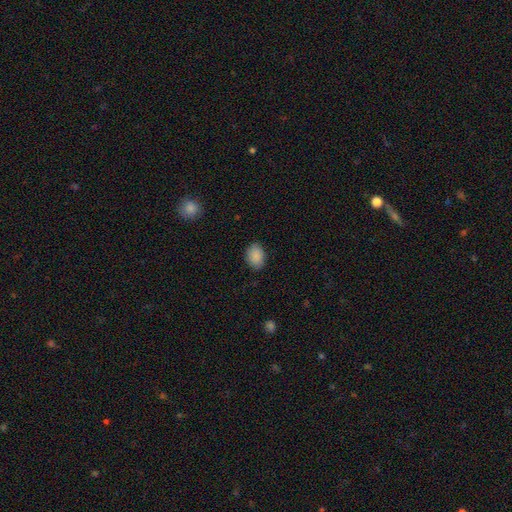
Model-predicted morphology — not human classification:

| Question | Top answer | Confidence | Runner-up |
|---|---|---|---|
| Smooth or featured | smooth | 88% | star or artifact (7%) |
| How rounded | in between | 76% | round (23%) |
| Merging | none | 83% | minor disturbance (13%) |